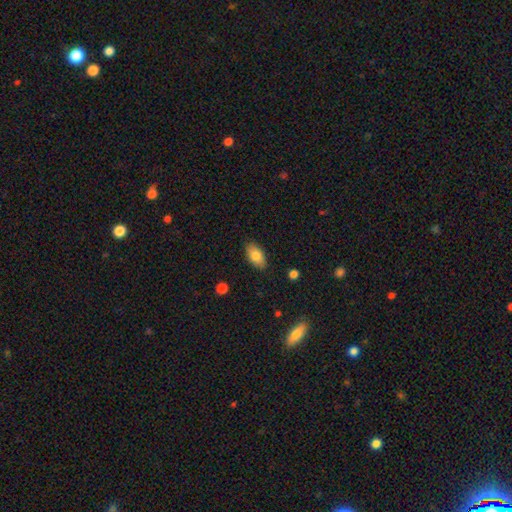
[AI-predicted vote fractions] Smooth or featured?
  - smooth: 80% *
  - featured or disk: 12%
  - star or artifact: 7%
How rounded?
  - in between: 92% *
  - round: 5%
  - cigar-shaped: 3%
Merging?
  - none: 87% *
  - minor disturbance: 10%
  - major disturbance: 2%
  - merger: 1%